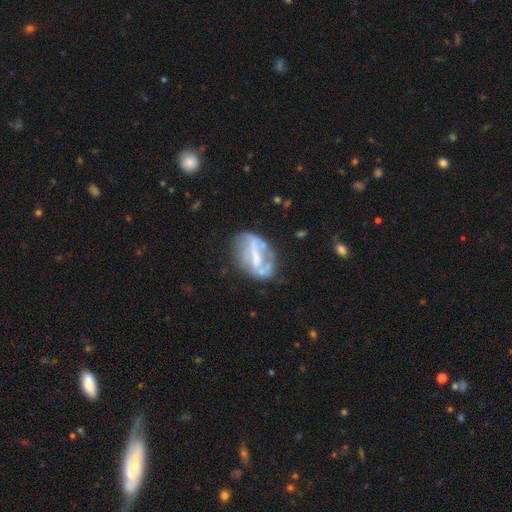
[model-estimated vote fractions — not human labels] featured or disk 67%, smooth 24%, star or artifact 9%. Down the decision tree: edge-on disk — no (94%); bar — strong (47%); spiral arms — no (65%); bulge size — none (45%); merging — none (44%).